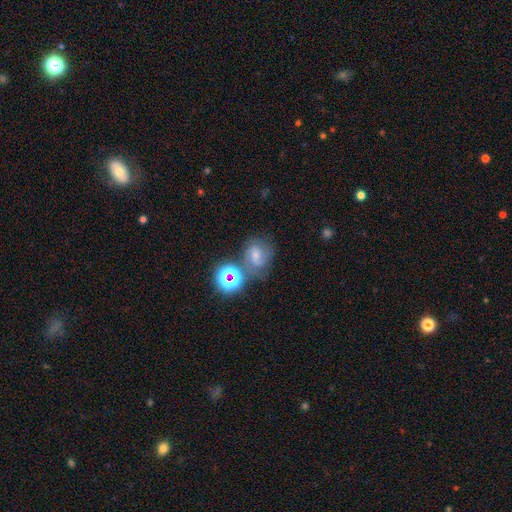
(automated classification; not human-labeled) This appears to be a featured or disk galaxy (44%). Merging: none (58%).